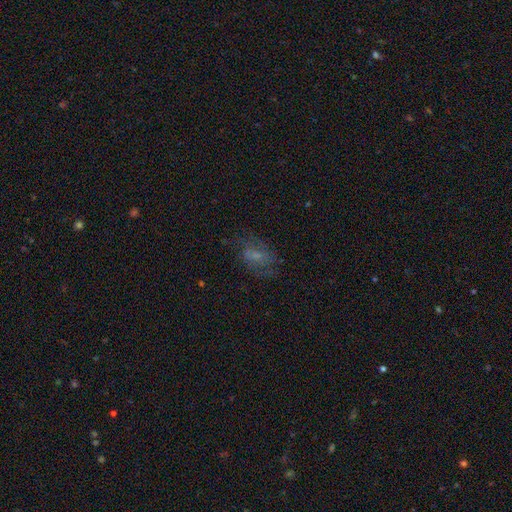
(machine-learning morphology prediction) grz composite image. It shows a featured or disk galaxy (44%). Merging: none (57%).